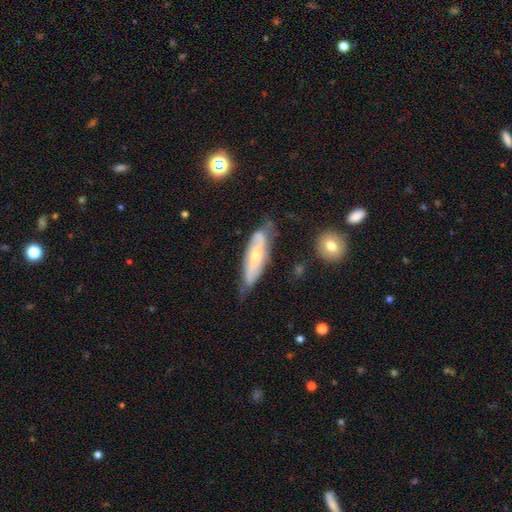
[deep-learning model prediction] This is possibly a featured or disk galaxy (59%). It is likely not viewed edge-on (71%). Merging: possibly none (54%).